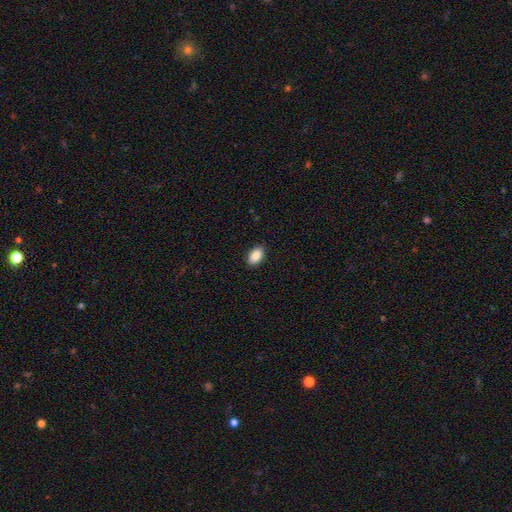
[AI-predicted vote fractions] smooth-or-featured: smooth: 88% | star or artifact: 7% | featured or disk: 5%
  how-rounded: in between: 92% | round: 6% | cigar-shaped: 2%
  merging: none: 89% | minor disturbance: 8% | major disturbance: 2% | merger: 1%